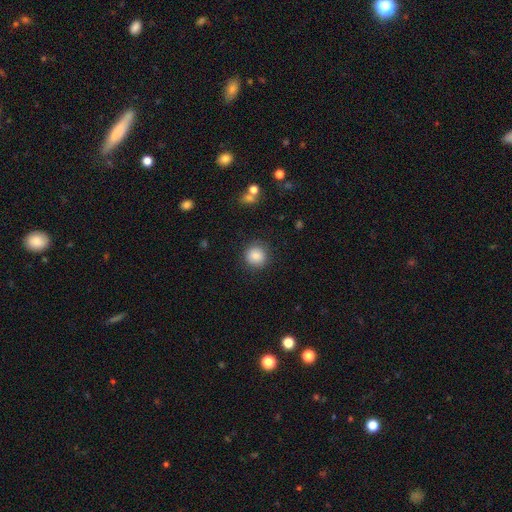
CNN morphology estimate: This appears to be a smooth galaxy with no disk features (85%) that is round (90%). Merging: none (86%).